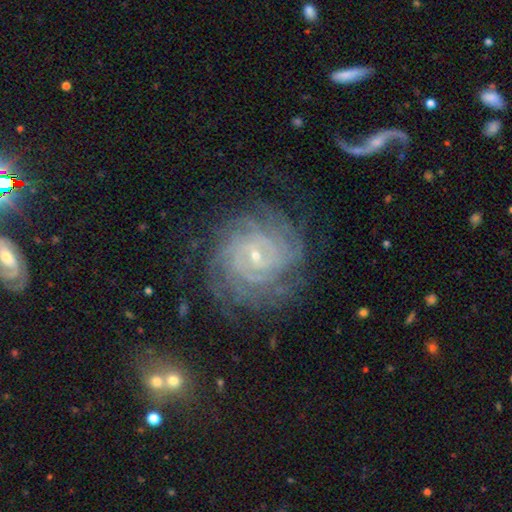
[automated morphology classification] Smooth or featured? Predicted: featured or disk (p=0.89). Edge-on disk? Predicted: no (p=0.98). Bar? Predicted: no (p=0.51). Spiral arms? Predicted: yes (p=0.98). Spiral winding? Predicted: tight (p=0.80). Spiral arm count? Predicted: can't tell (p=0.25). Bulge size? Predicted: small (p=0.84). Merging? Predicted: none (p=0.77).